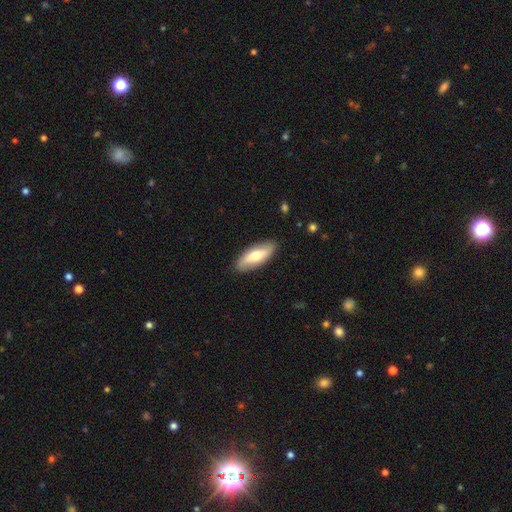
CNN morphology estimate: Smooth or featured? Predicted: smooth (p=0.59). How rounded? Predicted: in between (p=0.75). Merging? Predicted: none (p=0.88).